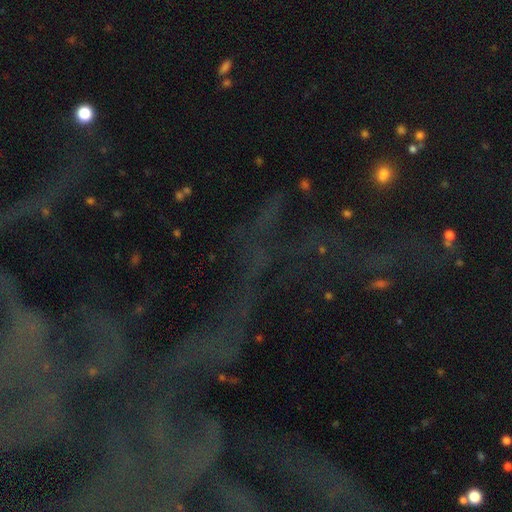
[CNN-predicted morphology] A star or artifact, not a galaxy (64%).

Vote fractions:
- Smooth or featured? star or artifact: 64% / featured or disk: 20% / smooth: 16%